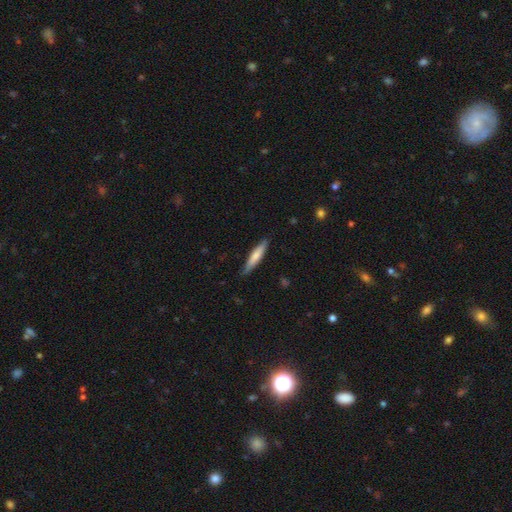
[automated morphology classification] This appears to be a smooth galaxy with no disk features (69%) that is cigar-shaped (87%). Merging: none (83%).